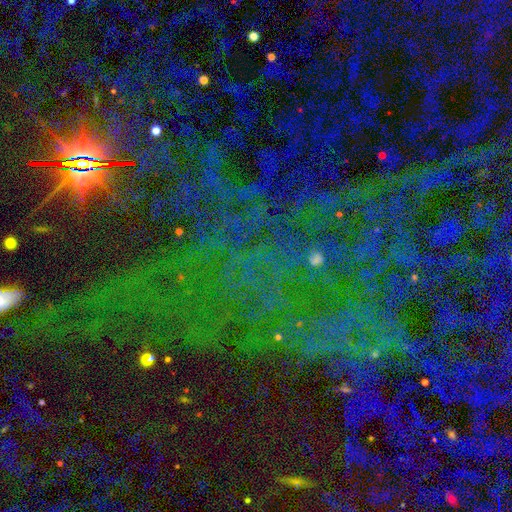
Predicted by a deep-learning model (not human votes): A star or artifact, not a galaxy (82%).

Vote fractions:
- Smooth or featured? star or artifact: 82% / smooth: 10% / featured or disk: 8%